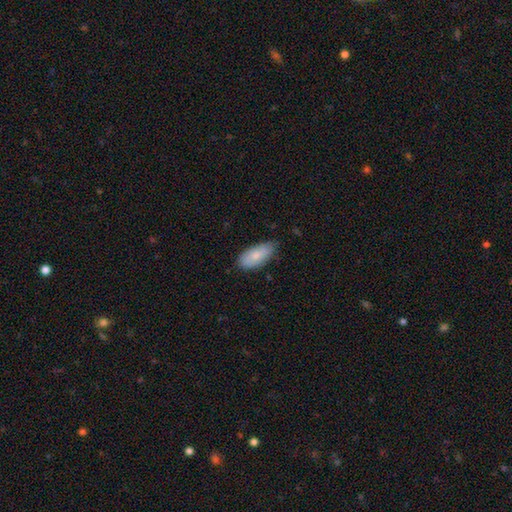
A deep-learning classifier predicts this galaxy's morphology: smooth-or-featured: smooth: 79% | featured or disk: 15% | star or artifact: 6%
  how-rounded: in between: 89% | cigar-shaped: 9% | round: 2%
  merging: none: 71% | minor disturbance: 25% | major disturbance: 3% | merger: 1%